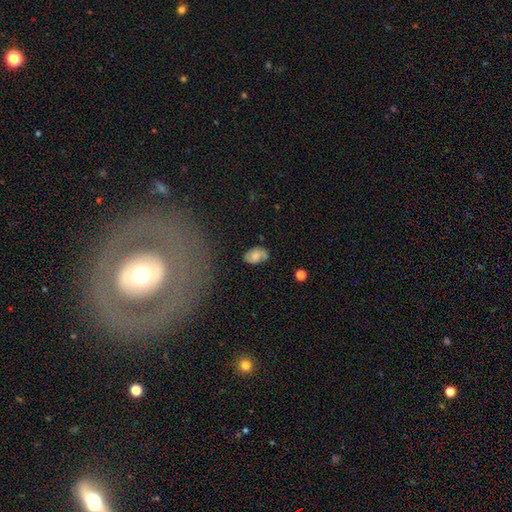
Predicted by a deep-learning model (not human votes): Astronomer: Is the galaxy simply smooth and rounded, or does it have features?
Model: smooth — 54% (runner-up: featured or disk, 37%).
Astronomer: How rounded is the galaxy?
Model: in between — 86%.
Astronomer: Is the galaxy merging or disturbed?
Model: none — 69%.